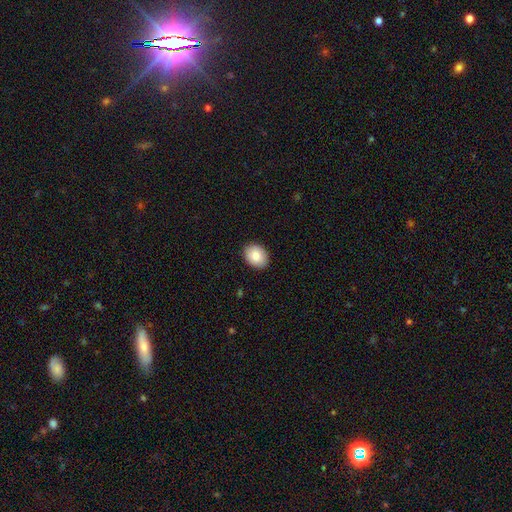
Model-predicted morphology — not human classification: Overall: smooth (86%). How rounded: in between (65%; round 34%). Merging: none (89%).